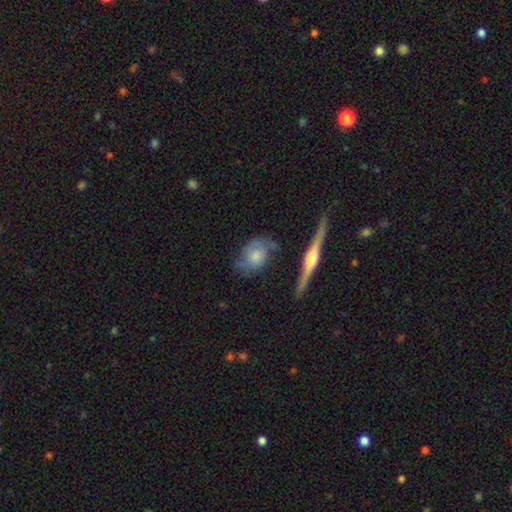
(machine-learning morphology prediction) A featured or disk galaxy (54%). Merging: none (57%).